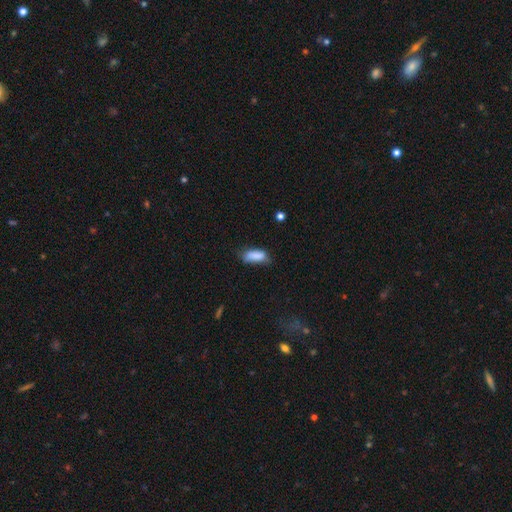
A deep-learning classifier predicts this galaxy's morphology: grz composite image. It shows a smooth galaxy with no disk features (84%) that is in between round and cigar-shaped (77%). Merging: none (53%).